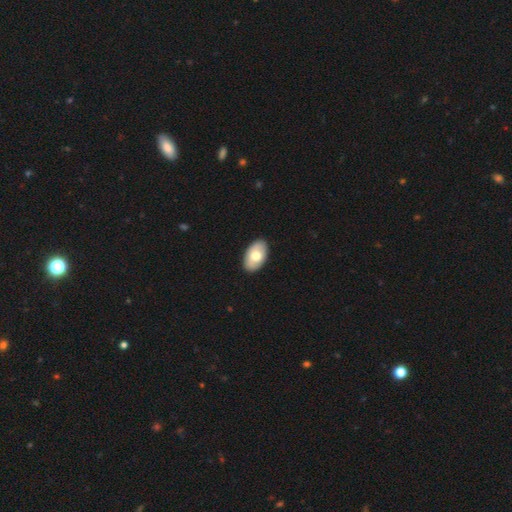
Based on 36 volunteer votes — A smooth galaxy with no disk features (75%) that is in between round and cigar-shaped (100%). Merging: none (80%).